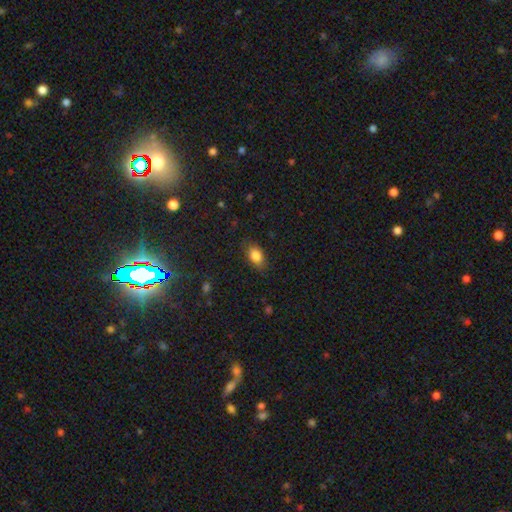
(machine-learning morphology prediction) A smooth galaxy with no disk features (83%) that is in between round and cigar-shaped (86%).

Vote fractions:
- Smooth or featured? smooth: 83% / featured or disk: 9% / star or artifact: 9%
- How rounded? in between: 86% / round: 10% / cigar-shaped: 4%
- Merging? none: 78% / minor disturbance: 17% / major disturbance: 4% / merger: 1%